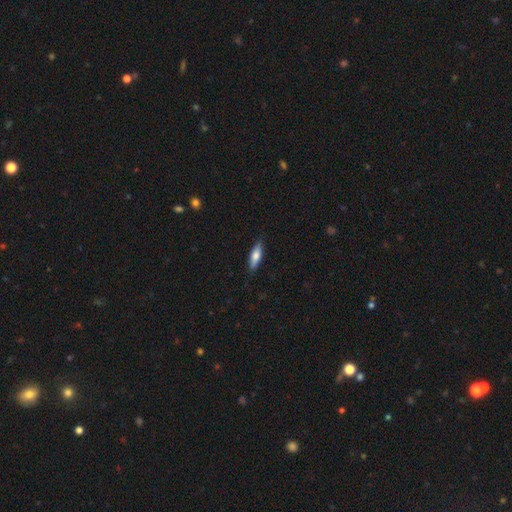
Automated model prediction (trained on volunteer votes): A smooth galaxy with no disk features (68%) that is cigar-shaped (52%).

Vote fractions:
- Smooth or featured? smooth: 68% / featured or disk: 26% / star or artifact: 6%
- How rounded? cigar-shaped: 52% / in between: 46% / round: 2%
- Merging? none: 86% / minor disturbance: 11% / major disturbance: 2% / merger: 1%